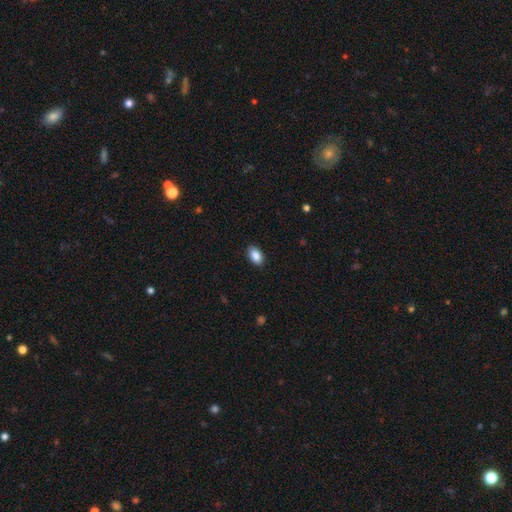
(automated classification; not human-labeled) Smooth or featured?
  - smooth: 89% *
  - star or artifact: 7%
  - featured or disk: 4%
How rounded?
  - in between: 90% *
  - round: 8%
  - cigar-shaped: 2%
Merging?
  - none: 88% *
  - minor disturbance: 9%
  - major disturbance: 2%
  - merger: 1%